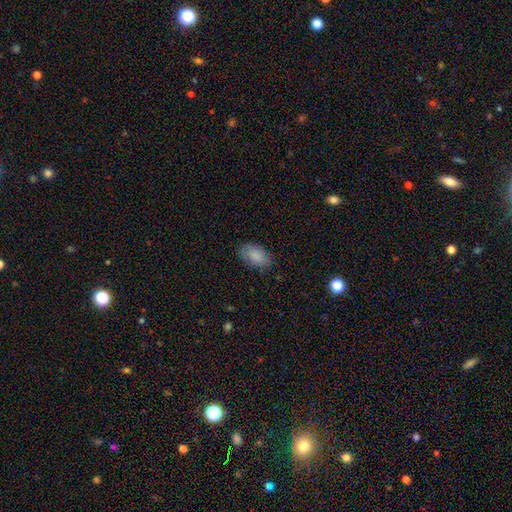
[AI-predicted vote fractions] smooth 86%, featured or disk 7%, star or artifact 7%. Down the decision tree: how rounded — in between (93%); merging — none (82%).